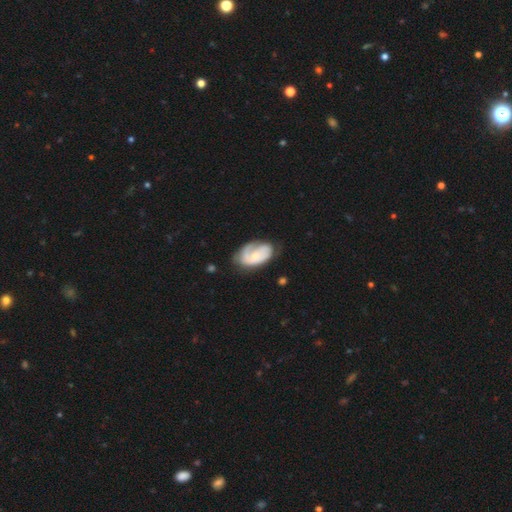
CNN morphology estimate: Q: Smooth or featured?
A: featured or disk (54%); runner-up: smooth (40%)
Q: Edge-on disk?
A: no (96%); runner-up: yes (4%)
Q: Bar?
A: no (71%); runner-up: weak (24%)
Q: Spiral arms?
A: yes (79%); runner-up: no (21%)
Q: Bulge size?
A: small (56%); runner-up: moderate (24%)
Q: Merging?
A: none (53%); runner-up: minor disturbance (29%)